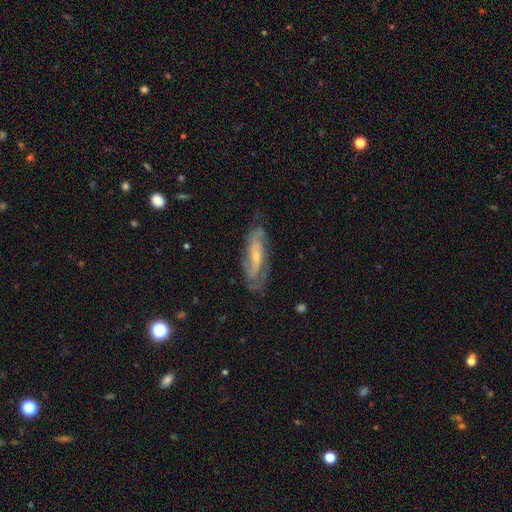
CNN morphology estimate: Smooth or featured? Predicted: featured or disk (p=0.76). Edge-on disk? Predicted: no (p=0.79). Bar? Predicted: no (p=0.50). Spiral arms? Predicted: yes (p=0.90). Spiral winding? Predicted: medium (p=0.43). Spiral arm count? Predicted: 2 (p=0.61). Bulge size? Predicted: small (p=0.62). Merging? Predicted: none (p=0.70).